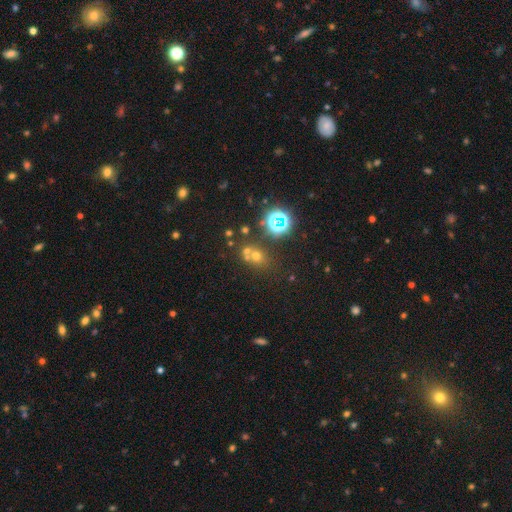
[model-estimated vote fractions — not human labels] A smooth galaxy with no disk features (52%) that is round (73%). Merging: none (52%).